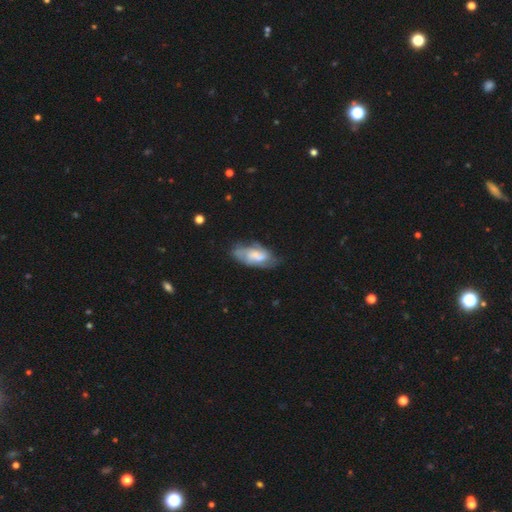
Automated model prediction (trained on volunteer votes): smooth-or-featured: featured or disk: 52% | smooth: 41% | star or artifact: 7%
  disk-edge-on: no: 92% | yes: 8%
  merging: none: 57% | minor disturbance: 28% | major disturbance: 12% | merger: 3%